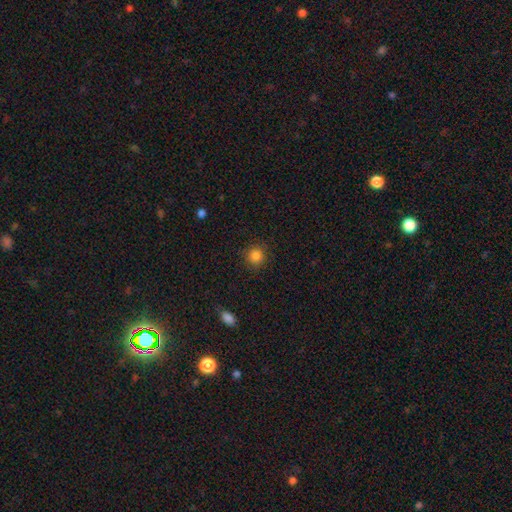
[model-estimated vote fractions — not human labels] smooth 85%, star or artifact 11%, featured or disk 4%. Down the decision tree: how rounded — round (92%); merging — none (88%).